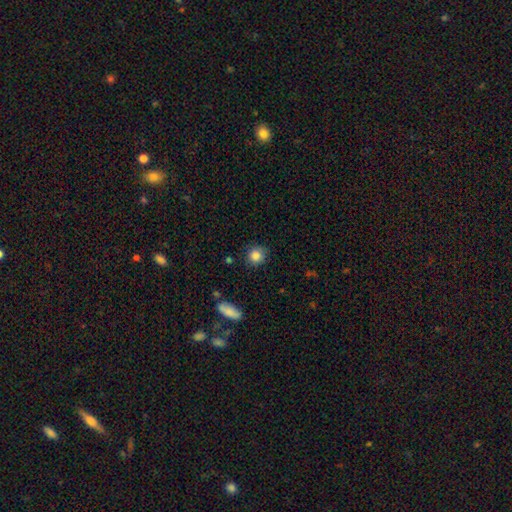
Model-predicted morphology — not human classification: Smooth or featured: smooth — 86% (star or artifact — 10%)
How rounded: round — 88% (in between — 11%)
Merging: none — 84% (minor disturbance — 11%)